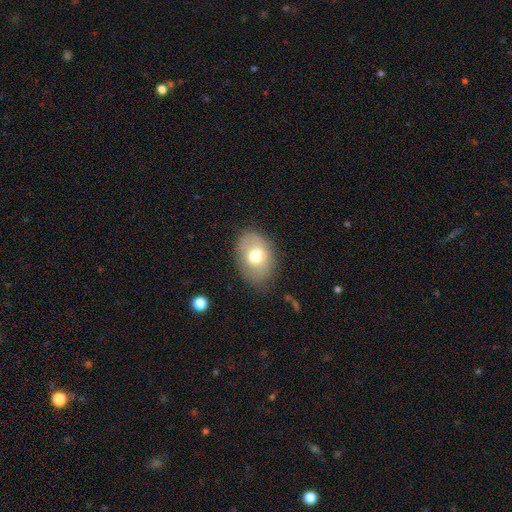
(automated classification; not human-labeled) smooth-or-featured: smooth: 65% | featured or disk: 27% | star or artifact: 8%
  how-rounded: in between: 78% | round: 21% | cigar-shaped: 1%
  merging: none: 74% | minor disturbance: 18% | major disturbance: 6% | merger: 2%